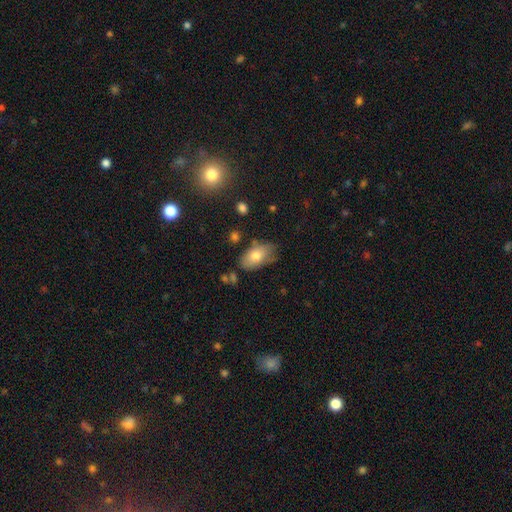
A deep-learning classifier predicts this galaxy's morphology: smooth_or_featured: smooth (p=0.75) [alt: featured or disk p=0.18]
how_rounded: in between (p=0.92) [alt: round p=0.06]
merging: none (p=0.64) [alt: minor disturbance p=0.26]